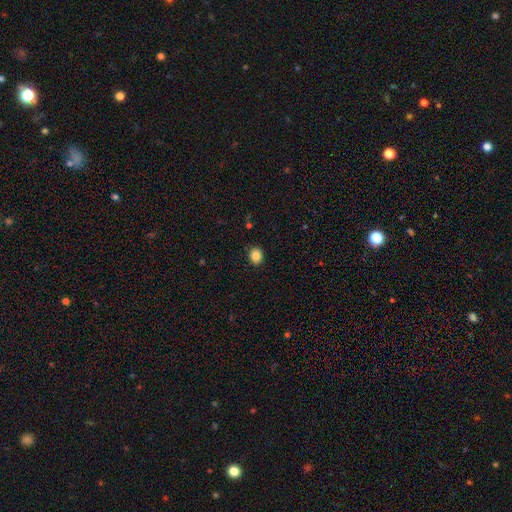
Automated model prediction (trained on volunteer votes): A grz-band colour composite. It shows a smooth galaxy with no disk features (85%) that is round (59%). Merging: none (90%).